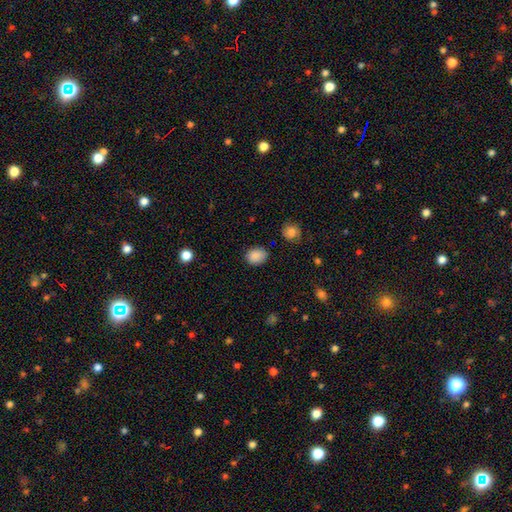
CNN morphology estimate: Overall: smooth (87%). How rounded: in between (56%; round 43%). Merging: none (81%).